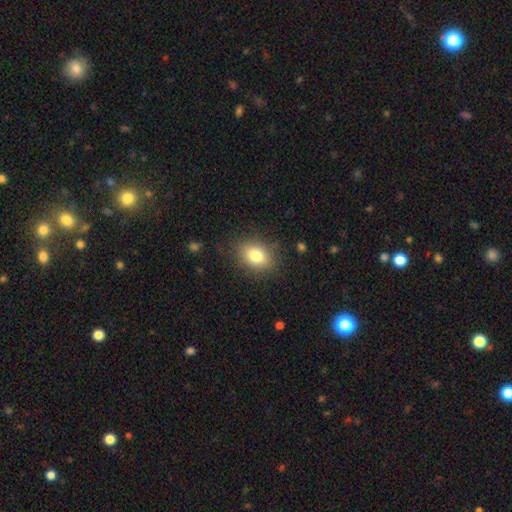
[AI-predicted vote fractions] Smooth or featured: smooth — 81% (star or artifact — 10%)
How rounded: in between — 66% (round — 33%)
Merging: none — 83% (minor disturbance — 12%)